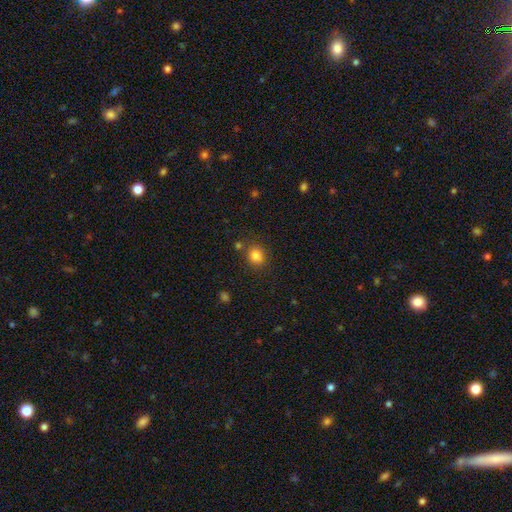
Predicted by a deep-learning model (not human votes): Smooth or featured? Predicted: smooth (p=0.83). How rounded? Predicted: round (p=0.70). Merging? Predicted: none (p=0.81).